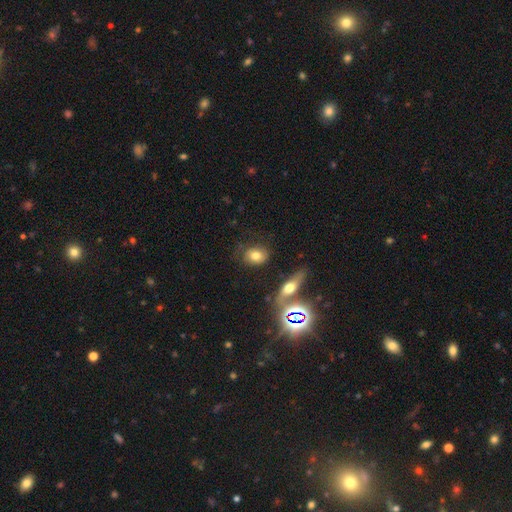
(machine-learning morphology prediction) Q: Smooth or featured?
A: smooth (72%); runner-up: featured or disk (16%)
Q: How rounded?
A: in between (54%); runner-up: round (43%)
Q: Merging?
A: none (71%); runner-up: minor disturbance (17%)